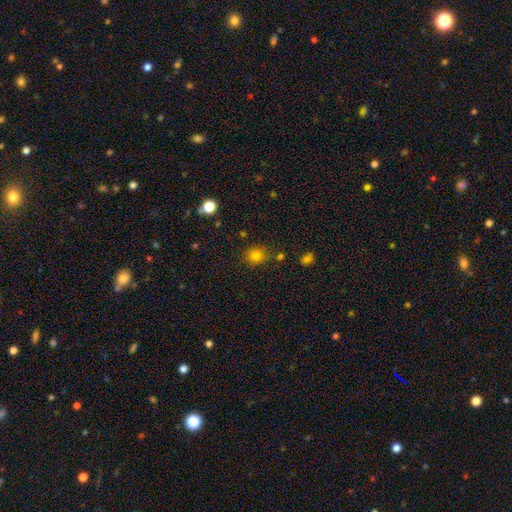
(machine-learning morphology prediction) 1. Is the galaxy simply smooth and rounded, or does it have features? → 81% smooth, 14% star or artifact, 6% featured or disk.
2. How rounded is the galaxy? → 79% round, 20% in between, 1% cigar-shaped.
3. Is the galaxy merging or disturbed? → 83% none, 10% minor disturbance, 4% merger, 3% major disturbance.